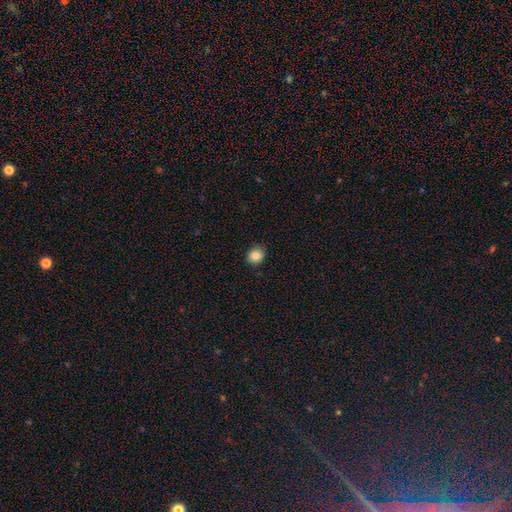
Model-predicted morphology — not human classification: A smooth galaxy with no disk features (84%) that is round (73%).

Vote fractions:
- Smooth or featured? smooth: 84% / star or artifact: 10% / featured or disk: 6%
- How rounded? round: 73% / in between: 26% / cigar-shaped: 1%
- Merging? none: 86% / minor disturbance: 11% / major disturbance: 2% / merger: 1%